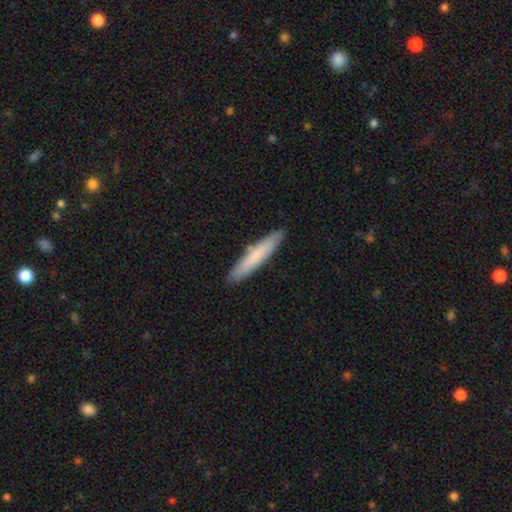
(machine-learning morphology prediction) This is likely a smooth galaxy (76%). How rounded: clearly cigar-shaped (91%). Merging: clearly none (88%).